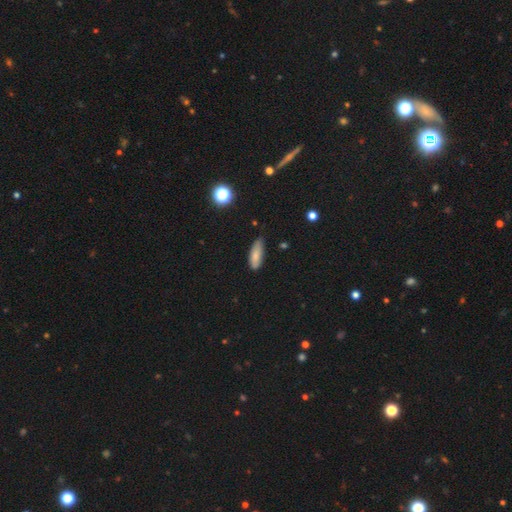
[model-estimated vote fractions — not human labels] Smooth or featured? smooth (80%)
How rounded? in between (62%)
Merging? none (65%)